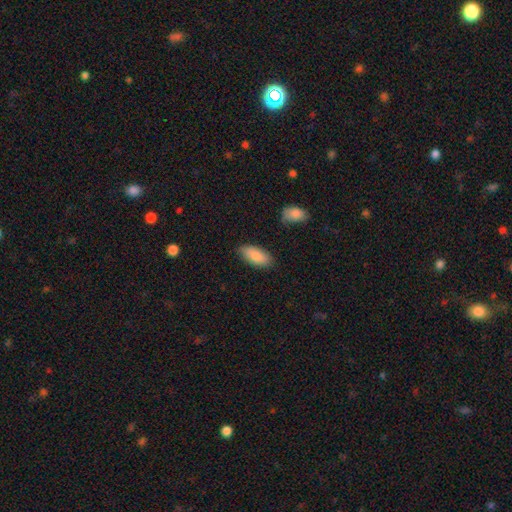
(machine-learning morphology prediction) Smooth or featured? smooth (86%)
How rounded? in between (88%)
Merging? none (82%)